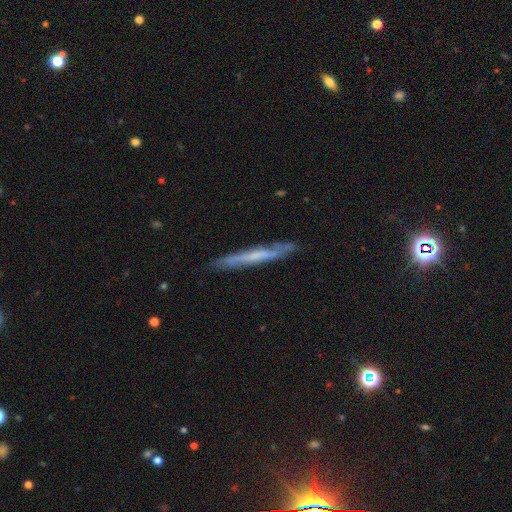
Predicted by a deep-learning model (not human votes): A featured or disk galaxy (56%) viewed edge-on (86%). Merging: none (81%).